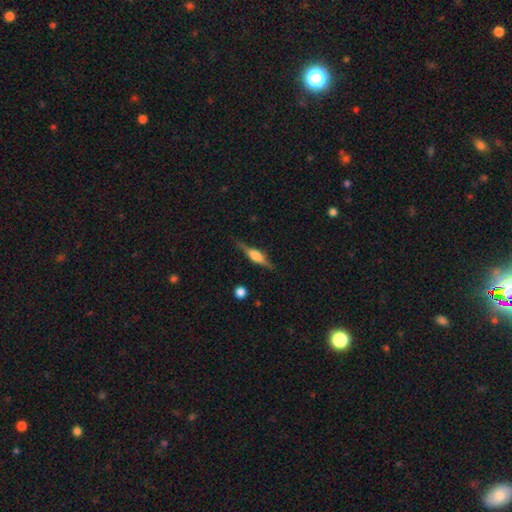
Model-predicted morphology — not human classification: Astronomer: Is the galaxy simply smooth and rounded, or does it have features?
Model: featured or disk — 68%.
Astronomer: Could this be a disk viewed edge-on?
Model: yes — 96%.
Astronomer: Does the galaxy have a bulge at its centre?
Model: rounded — 71%.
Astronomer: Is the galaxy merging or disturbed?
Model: none — 84%.